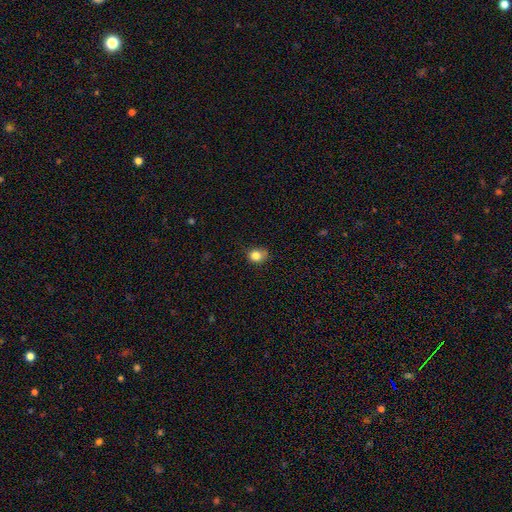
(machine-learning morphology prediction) A smooth galaxy with no disk features (83%) that is round (68%).

Vote fractions:
- Smooth or featured? smooth: 83% / star or artifact: 11% / featured or disk: 6%
- How rounded? round: 68% / in between: 31% / cigar-shaped: 1%
- Merging? none: 63% / minor disturbance: 29% / major disturbance: 6% / merger: 2%